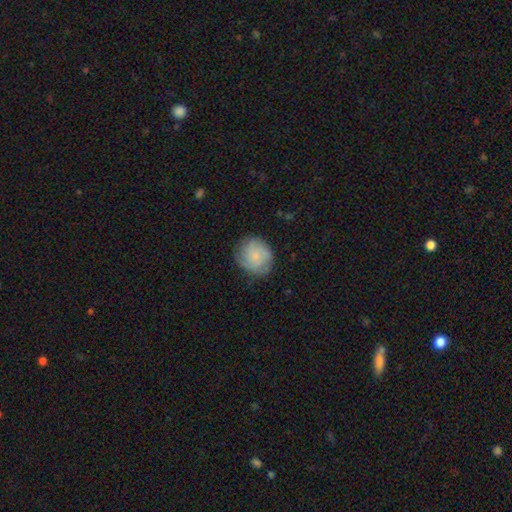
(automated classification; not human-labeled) A smooth galaxy with no disk features (55%) that is round (80%). Merging: none (73%).